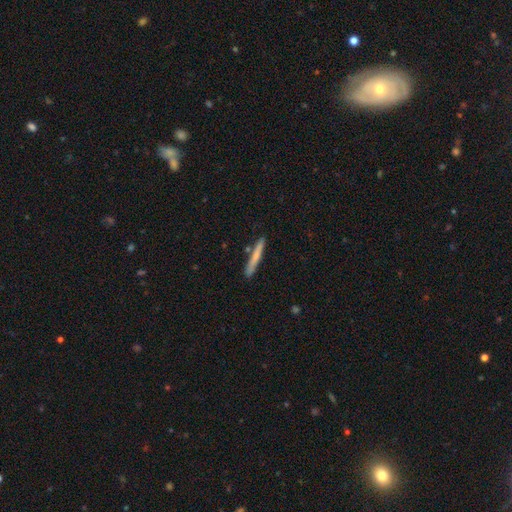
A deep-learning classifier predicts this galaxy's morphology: Smooth or featured? Predicted: smooth (p=0.68). How rounded? Predicted: cigar-shaped (p=0.96). Merging? Predicted: none (p=0.85).